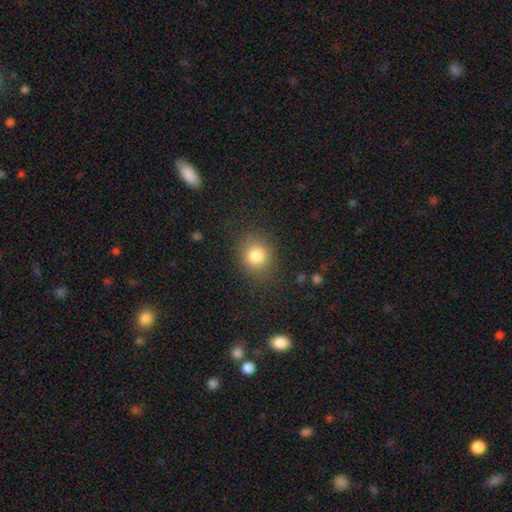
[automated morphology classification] This appears to be a smooth galaxy with no disk features (82%) that is round (70%). Merging: none (84%).